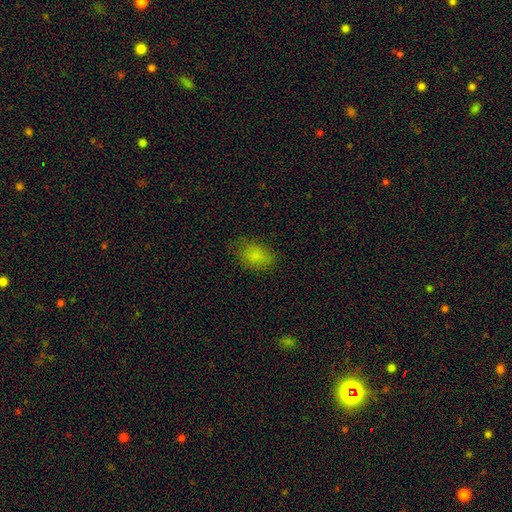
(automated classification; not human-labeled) This appears to be a smooth galaxy with no disk features (82%) that is in between round and cigar-shaped (85%). Merging: none (74%).